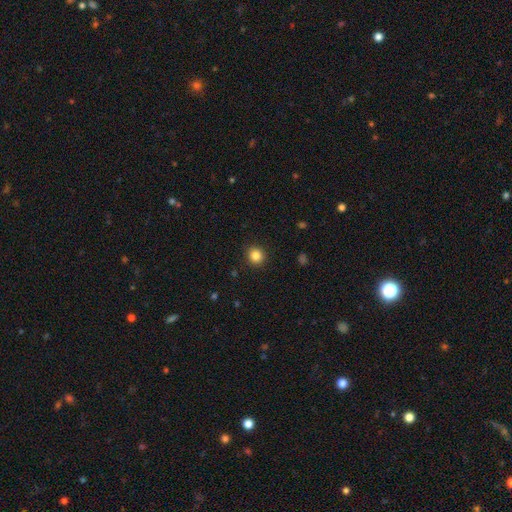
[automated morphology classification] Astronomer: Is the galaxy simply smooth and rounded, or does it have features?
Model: smooth — 85%.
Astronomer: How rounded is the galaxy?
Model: round — 91%.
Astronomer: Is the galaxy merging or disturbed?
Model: none — 92%.